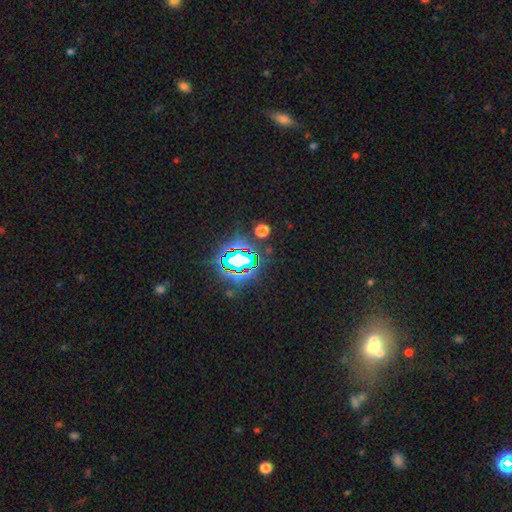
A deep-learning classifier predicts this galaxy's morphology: A star or artifact, not a galaxy (80%).